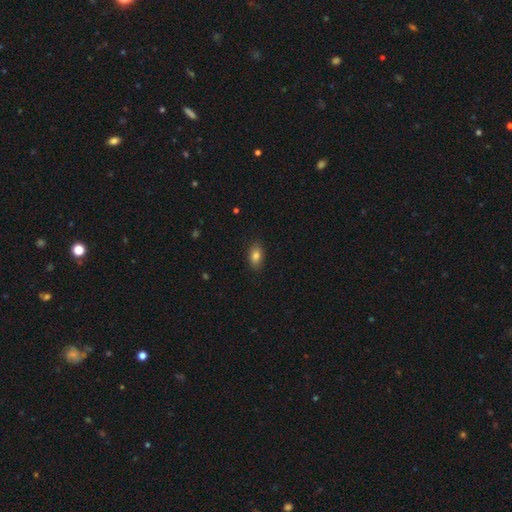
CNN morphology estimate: smooth_or_featured: smooth (p=0.83) [alt: star or artifact p=0.09]
how_rounded: in between (p=0.87) [alt: round p=0.09]
merging: none (p=0.84) [alt: minor disturbance p=0.12]